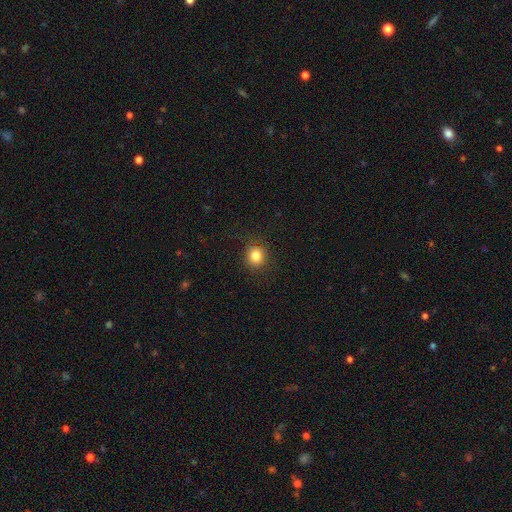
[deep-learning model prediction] smooth 83%, star or artifact 12%, featured or disk 6%. Down the decision tree: how rounded — round (85%); merging — none (88%).